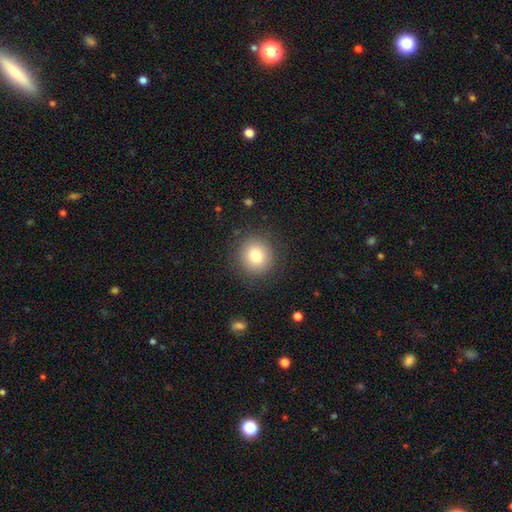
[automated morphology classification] The model was most divided on "smooth or featured": smooth: 80%, star or artifact: 10%, featured or disk: 10%. More confident: how rounded — round (91%); merging — none (88%).